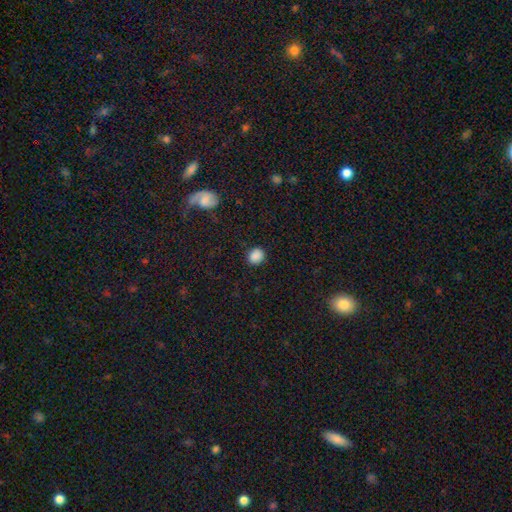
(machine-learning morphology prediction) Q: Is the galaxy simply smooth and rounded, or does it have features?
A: smooth — 86%.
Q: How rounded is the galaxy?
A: round — 64%.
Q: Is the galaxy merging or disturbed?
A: none — 86%.